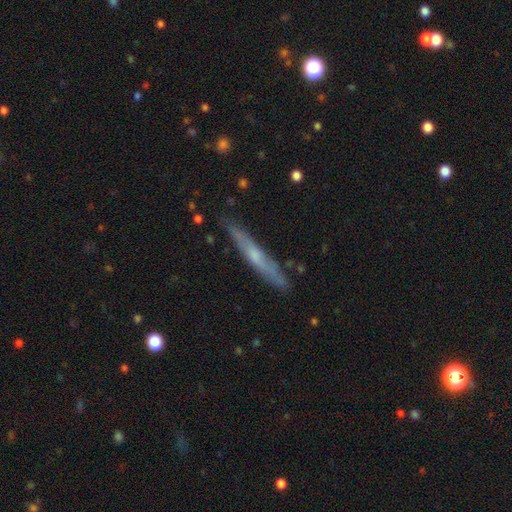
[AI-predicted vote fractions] A featured or disk galaxy (57%) viewed edge-on (91%) with a rounded central bulge (48%).

Vote fractions:
- Smooth or featured? featured or disk: 57% / smooth: 37% / star or artifact: 6%
- Edge-on disk? yes: 91% / no: 9%
- Edge-on bulge? rounded: 48% / none: 47% / boxy: 6%
- Merging? none: 83% / minor disturbance: 13% / major disturbance: 2% / merger: 2%